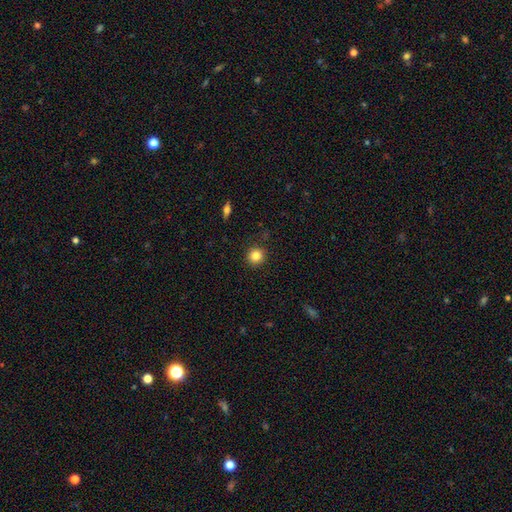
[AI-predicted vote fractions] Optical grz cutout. It shows a smooth galaxy with no disk features (84%) that is round (93%). Merging: none (91%).